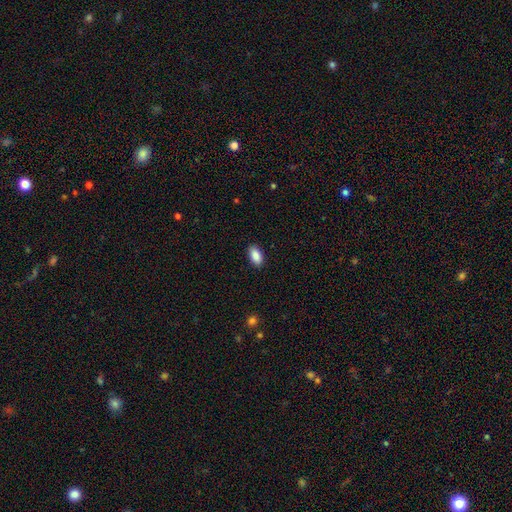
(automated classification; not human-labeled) Q: Smooth or featured?
A: smooth (88%); runner-up: star or artifact (7%)
Q: How rounded?
A: in between (93%); runner-up: cigar-shaped (4%)
Q: Merging?
A: none (89%); runner-up: minor disturbance (8%)